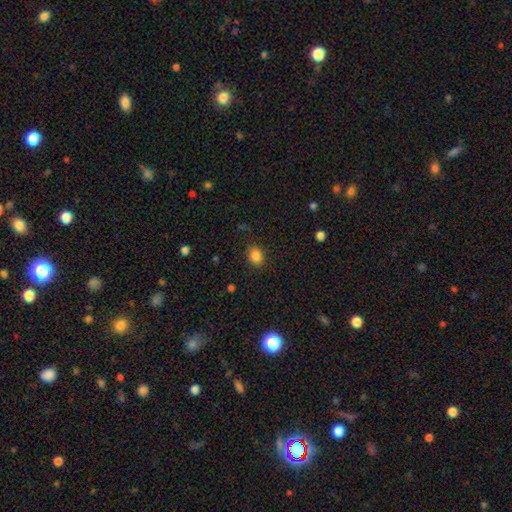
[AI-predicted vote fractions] smooth 84%, star or artifact 11%, featured or disk 4%. Down the decision tree: how rounded — round (62%); merging — none (84%).